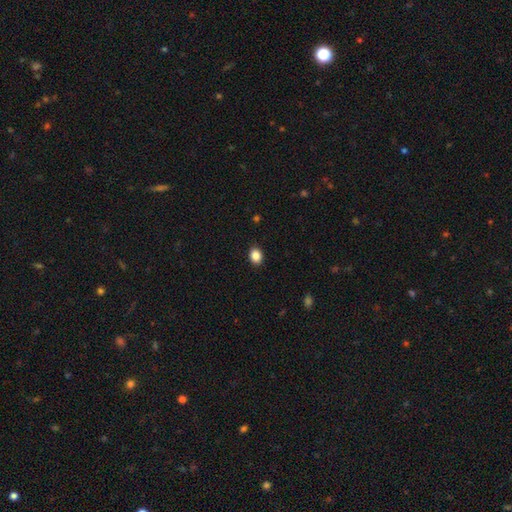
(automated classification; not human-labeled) A smooth galaxy with no disk features (87%) that is in between round and cigar-shaped (55%).

Vote fractions:
- Smooth or featured? smooth: 87% / star or artifact: 9% / featured or disk: 3%
- How rounded? in between: 55% / round: 44% / cigar-shaped: 1%
- Merging? none: 90% / minor disturbance: 7% / major disturbance: 2% / merger: 1%